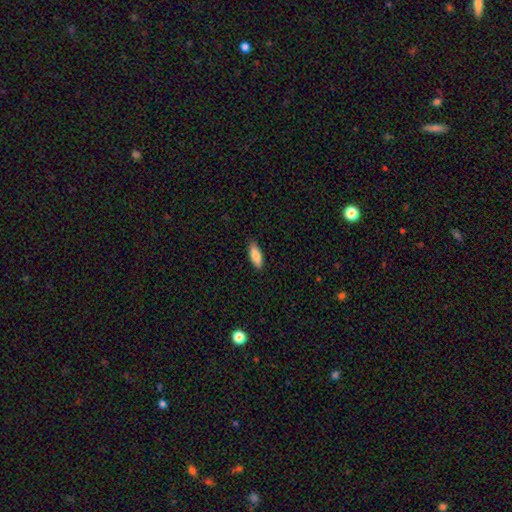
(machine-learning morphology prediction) This is clearly a smooth galaxy (84%). How rounded: likely in between (68%). Merging: clearly none (88%).